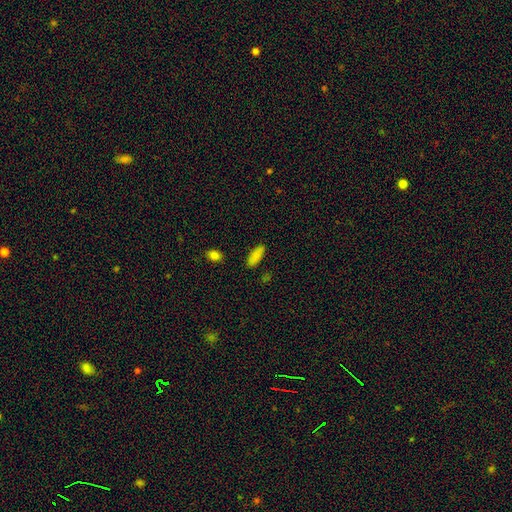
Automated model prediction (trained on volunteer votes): This is clearly a smooth galaxy (84%). How rounded: likely in between (75%). Merging: clearly none (86%).